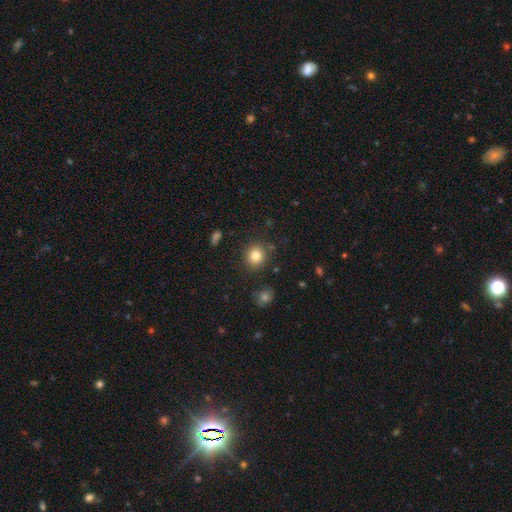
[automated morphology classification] Smooth or featured? Predicted: smooth (p=0.82). How rounded? Predicted: round (p=0.87). Merging? Predicted: none (p=0.88).